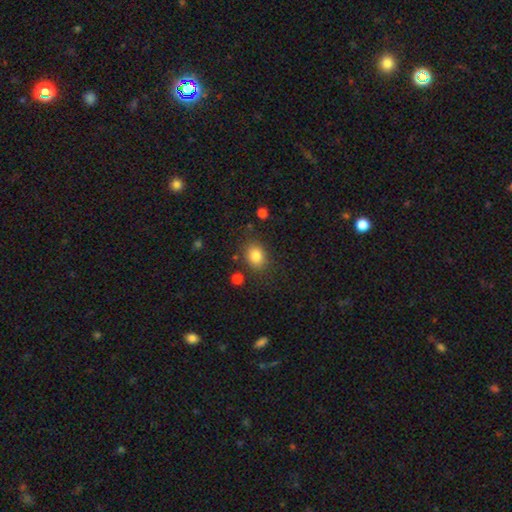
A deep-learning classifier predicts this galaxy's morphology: Smooth or featured: smooth — 83% (star or artifact — 11%)
How rounded: in between — 54% (round — 45%)
Merging: none — 81% (minor disturbance — 12%)